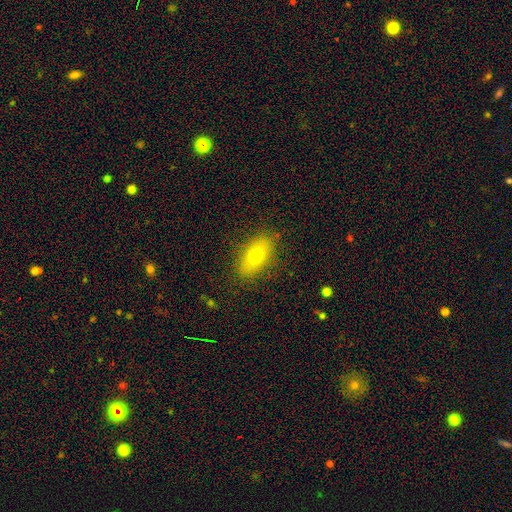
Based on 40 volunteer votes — Smooth or featured?
  - smooth: 80% *
  - featured or disk: 15%
  - star or artifact: 5%
How rounded?
  - in between: 91% *
  - cigar-shaped: 9%
  - round: 0%
Merging?
  - none: 84% *
  - minor disturbance: 13%
  - major disturbance: 3%
  - merger: 0%